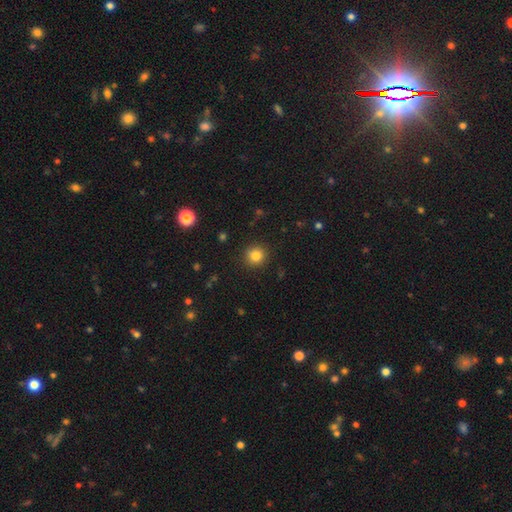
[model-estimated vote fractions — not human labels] Q: Smooth or featured?
A: smooth (83%); runner-up: star or artifact (11%)
Q: How rounded?
A: round (92%); runner-up: in between (7%)
Q: Merging?
A: none (90%); runner-up: minor disturbance (6%)